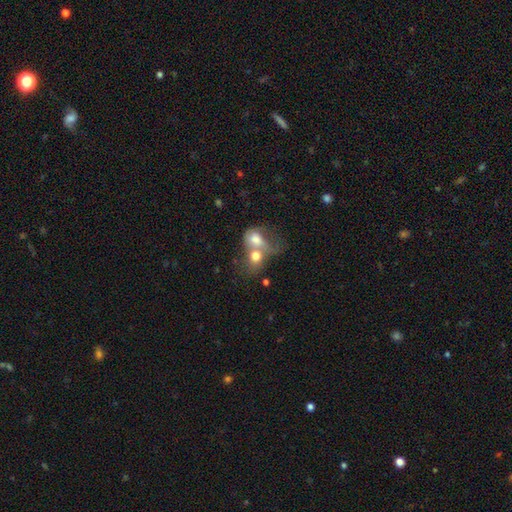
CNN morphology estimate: Overall: smooth (69%). How rounded: round (50%; in between 48%). Merging: merger (74%).